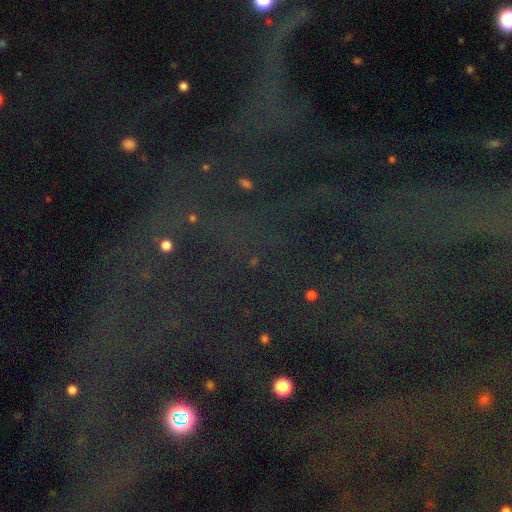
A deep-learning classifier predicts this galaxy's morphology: Smooth or featured?
  - star or artifact: 79% *
  - smooth: 11%
  - featured or disk: 10%